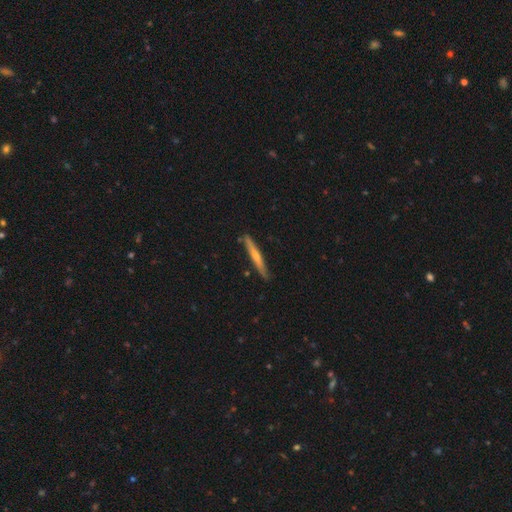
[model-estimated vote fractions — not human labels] This appears to be a smooth galaxy with no disk features (52%) that is cigar-shaped (96%). Merging: none (84%).